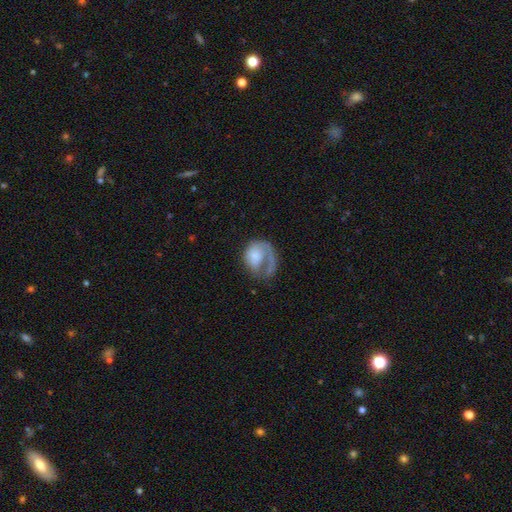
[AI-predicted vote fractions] featured or disk 55%, smooth 38%, star or artifact 7%. Down the decision tree: edge-on disk — no (98%); bar — no (80%); spiral arms — yes (72%); bulge size — moderate (32%); merging — major disturbance (48%).